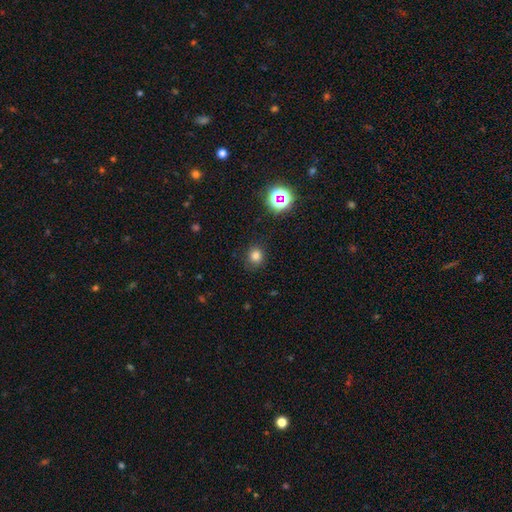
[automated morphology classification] Smooth or featured? Predicted: smooth (p=0.77). How rounded? Predicted: round (p=0.82). Merging? Predicted: none (p=0.83).